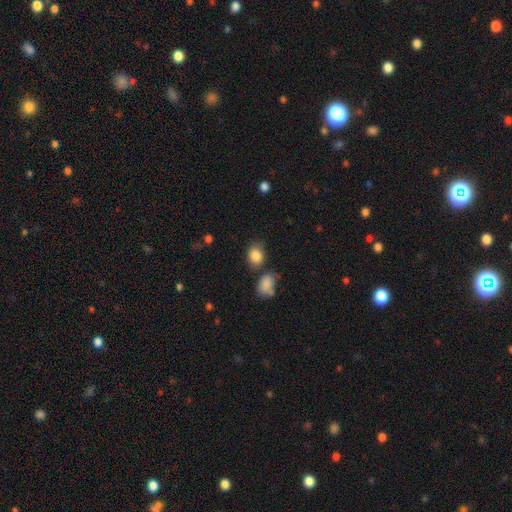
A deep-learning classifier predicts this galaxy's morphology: smooth_or_featured: smooth (p=0.86) [alt: star or artifact p=0.09]
how_rounded: in between (p=0.53) [alt: round p=0.46]
merging: none (p=0.68) [alt: minor disturbance p=0.18]